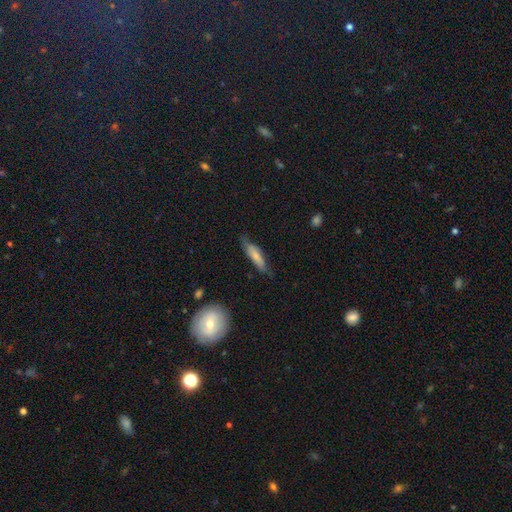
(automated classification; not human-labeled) This is likely a smooth galaxy (66%). How rounded: likely cigar-shaped (64%). Merging: likely none (66%).